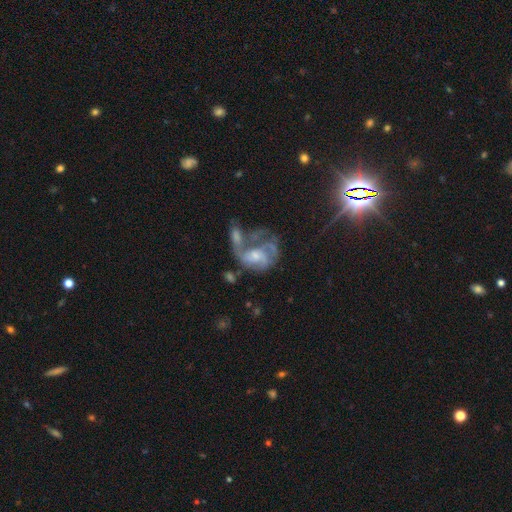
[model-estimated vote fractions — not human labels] smooth-or-featured: featured or disk: 71% | smooth: 21% | star or artifact: 9%
  disk-edge-on: no: 98% | yes: 2%
    bar: no: 67% | weak: 27% | strong: 5%
    has-spiral-arms: yes: 72% | no: 28%
    bulge-size: moderate: 39% | small: 37% | none: 15% | large: 7% | dominant: 2%
  merging: merger: 39% | major disturbance: 32% | none: 17% | minor disturbance: 12%